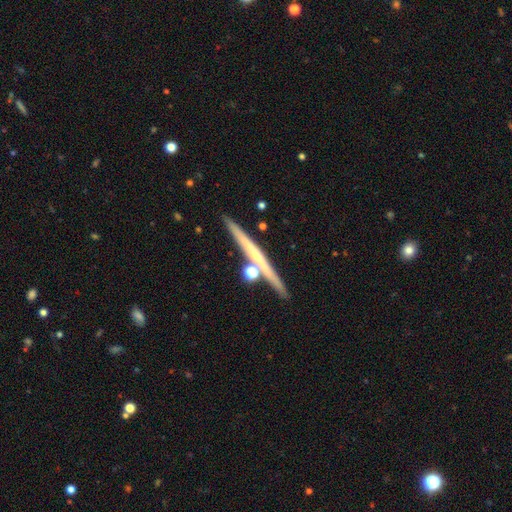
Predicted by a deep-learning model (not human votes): The model was most divided on "smooth or featured": featured or disk: 59%, smooth: 32%, star or artifact: 9%. More confident: edge-on disk — yes (96%); merging — none (80%); edge-on bulge — none (65%).